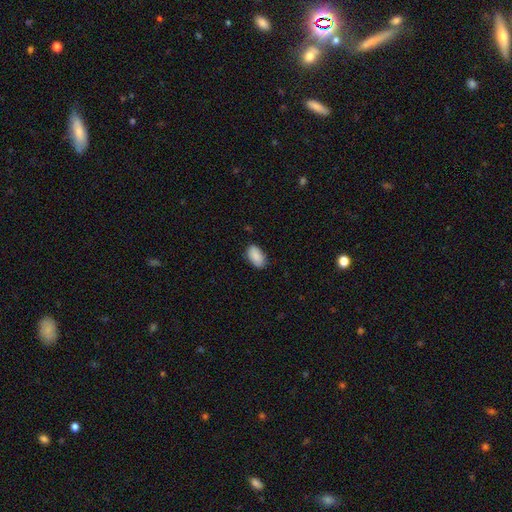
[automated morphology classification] A smooth galaxy with no disk features (89%) that is in between round and cigar-shaped (94%). Merging: none (83%).